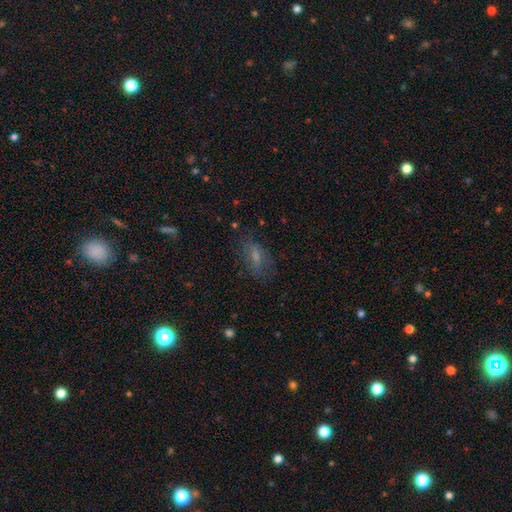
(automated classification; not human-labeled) Smooth or featured?
  - smooth: 47% *
  - featured or disk: 31%
  - star or artifact: 22%
Merging?
  - none: 73% *
  - minor disturbance: 17%
  - major disturbance: 9%
  - merger: 2%